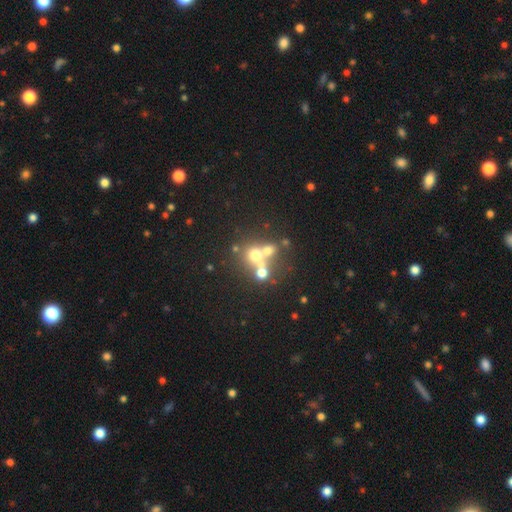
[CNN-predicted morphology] smooth-or-featured: smooth: 54% | featured or disk: 24% | star or artifact: 22%
  how-rounded: round: 82% | in between: 17% | cigar-shaped: 1%
  merging: merger: 47% | none: 40% | minor disturbance: 7% | major disturbance: 6%